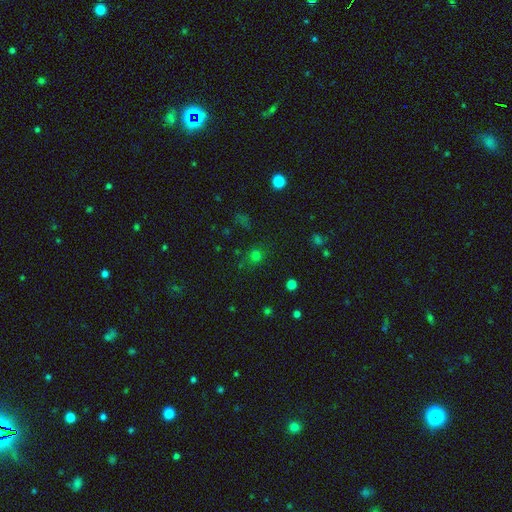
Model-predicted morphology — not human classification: Smooth or featured?
  - smooth: 69% *
  - star or artifact: 25%
  - featured or disk: 6%
How rounded?
  - round: 84% *
  - in between: 14%
  - cigar-shaped: 1%
Merging?
  - none: 78% *
  - minor disturbance: 13%
  - major disturbance: 6%
  - merger: 4%